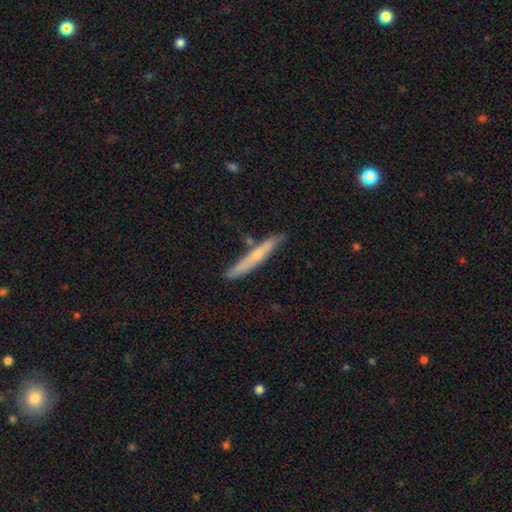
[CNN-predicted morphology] smooth_or_featured: smooth (p=0.55) [alt: featured or disk p=0.40]
how_rounded: cigar-shaped (p=0.95) [alt: in between p=0.03]
merging: none (p=0.78) [alt: minor disturbance p=0.13]